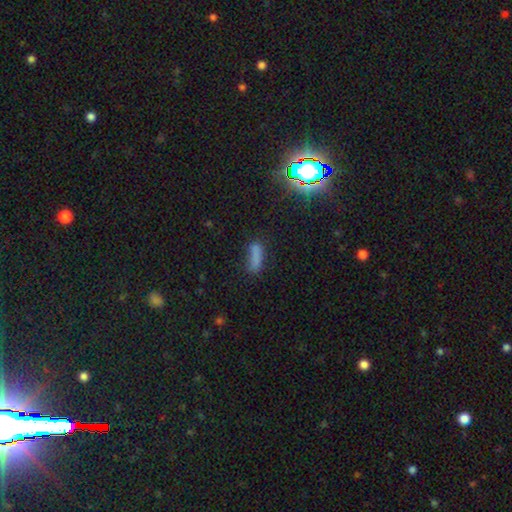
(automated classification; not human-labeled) This is likely a smooth galaxy (73%). How rounded: possibly cigar-shaped (50%). Merging: possibly none (57%).